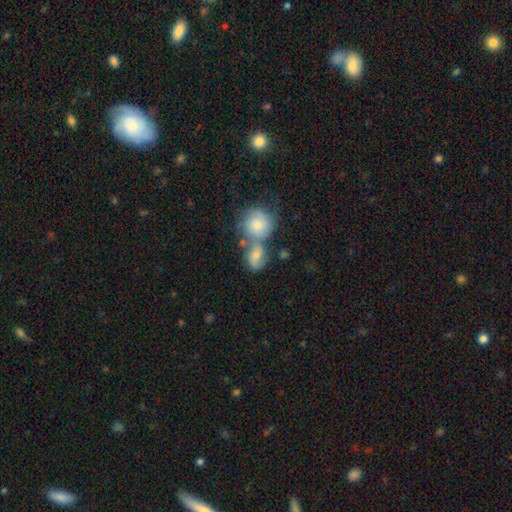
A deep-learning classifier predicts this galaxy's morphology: A smooth galaxy with no disk features (64%) that is in between round and cigar-shaped (55%).

Vote fractions:
- Smooth or featured? smooth: 64% / featured or disk: 26% / star or artifact: 9%
- How rounded? in between: 55% / round: 42% / cigar-shaped: 3%
- Merging? merger: 60% / none: 23% / minor disturbance: 11% / major disturbance: 7%